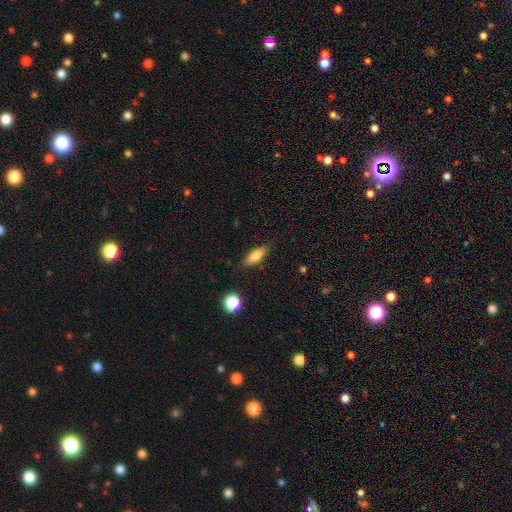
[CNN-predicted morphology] A smooth galaxy with no disk features (76%) that is in between round and cigar-shaped (60%).

Vote fractions:
- Smooth or featured? smooth: 76% / featured or disk: 16% / star or artifact: 8%
- How rounded? in between: 60% / cigar-shaped: 37% / round: 3%
- Merging? none: 83% / minor disturbance: 12% / major disturbance: 3% / merger: 2%